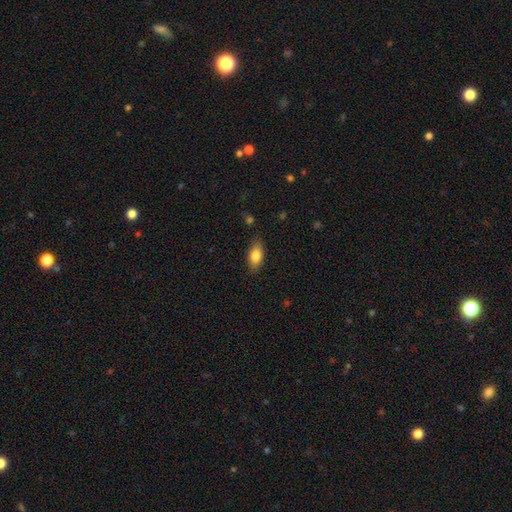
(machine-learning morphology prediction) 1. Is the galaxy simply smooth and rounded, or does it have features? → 82% smooth, 10% featured or disk, 7% star or artifact.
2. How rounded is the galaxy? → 87% in between, 8% cigar-shaped, 5% round.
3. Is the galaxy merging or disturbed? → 84% none, 12% minor disturbance, 3% major disturbance, 2% merger.